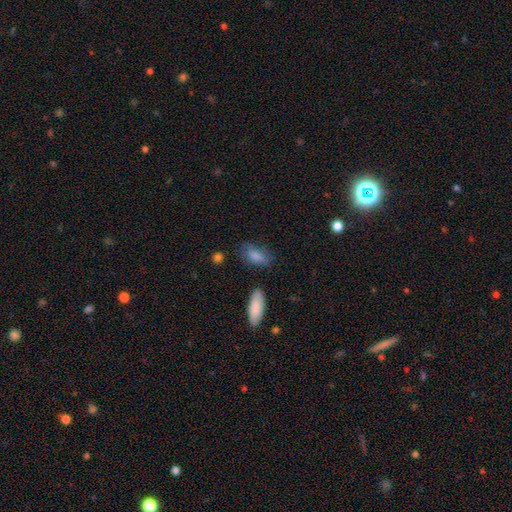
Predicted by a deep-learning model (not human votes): This is clearly a smooth galaxy (83%). How rounded: clearly in between (86%). Merging: likely none (66%).